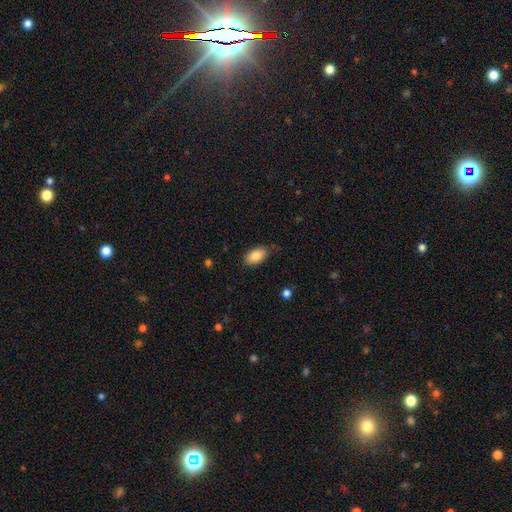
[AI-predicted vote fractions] A smooth galaxy with no disk features (85%) that is in between round and cigar-shaped (93%).

Vote fractions:
- Smooth or featured? smooth: 85% / featured or disk: 7% / star or artifact: 7%
- How rounded? in between: 93% / round: 5% / cigar-shaped: 2%
- Merging? none: 80% / minor disturbance: 16% / major disturbance: 3% / merger: 1%